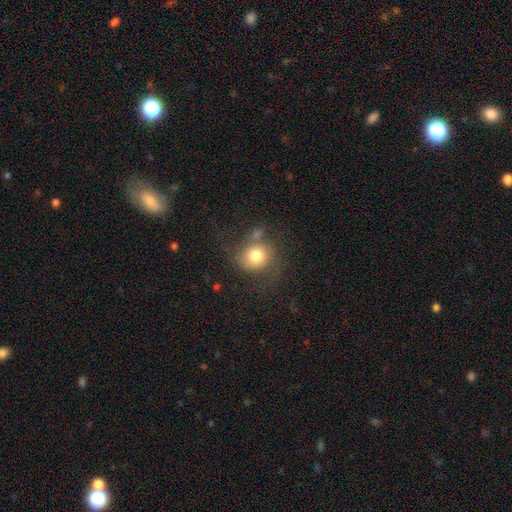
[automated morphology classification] Q: Smooth or featured?
A: smooth (75%); runner-up: featured or disk (15%)
Q: How rounded?
A: round (80%); runner-up: in between (19%)
Q: Merging?
A: none (59%); runner-up: minor disturbance (20%)